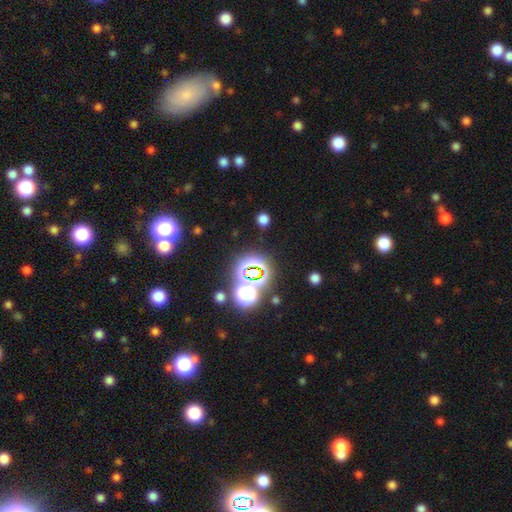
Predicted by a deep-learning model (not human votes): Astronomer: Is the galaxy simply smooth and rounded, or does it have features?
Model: star or artifact — 69%.